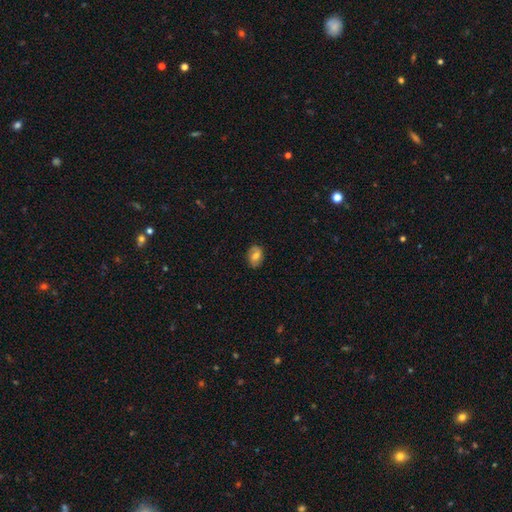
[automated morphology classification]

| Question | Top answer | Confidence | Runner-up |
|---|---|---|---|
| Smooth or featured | smooth | 66% | featured or disk (25%) |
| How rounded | in between | 73% | round (26%) |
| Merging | none | 82% | minor disturbance (14%) |